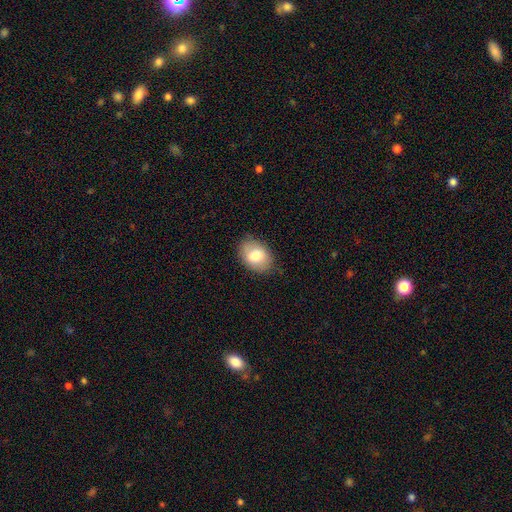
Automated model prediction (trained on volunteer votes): Morphology: type=smooth (76%); roundness=in between (77%); merging=none (80%).